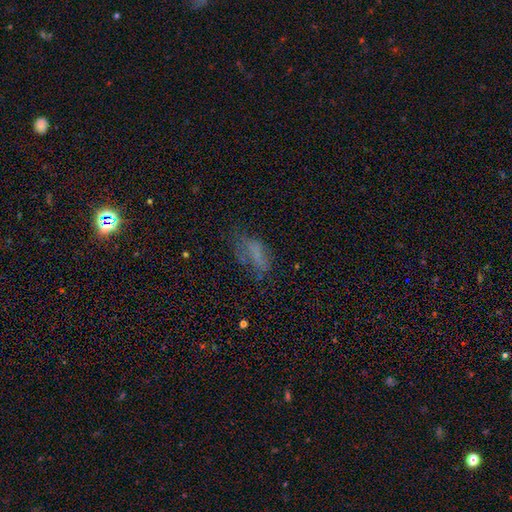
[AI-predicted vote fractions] smooth_or_featured: smooth (p=0.53) [alt: featured or disk p=0.24]
how_rounded: in between (p=0.77) [alt: cigar-shaped p=0.18]
merging: none (p=0.44) [alt: major disturbance p=0.27]